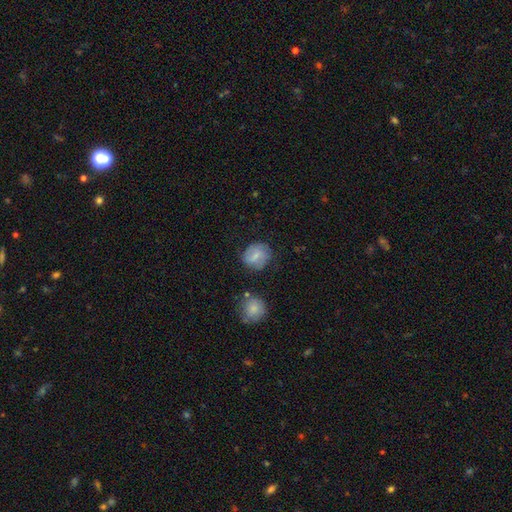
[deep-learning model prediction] This appears to be a smooth galaxy with no disk features (60%) that is round (71%). Merging: none (65%).